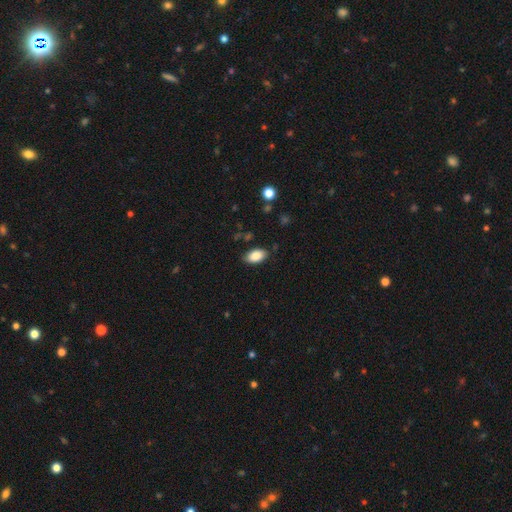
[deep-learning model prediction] Smooth or featured? smooth (85%)
How rounded? in between (93%)
Merging? none (84%)